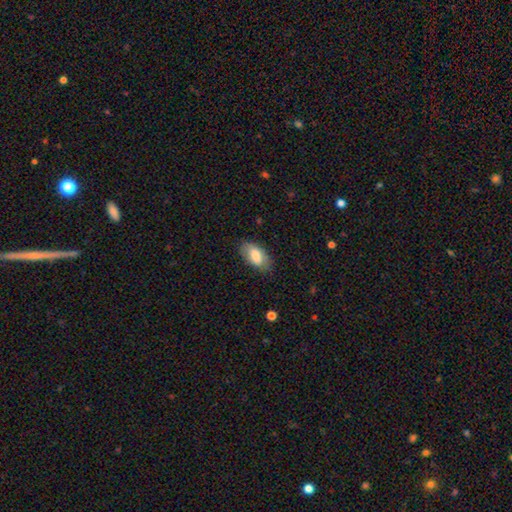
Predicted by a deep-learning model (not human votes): Overall: smooth (80%). How rounded: in between (93%). Merging: none (78%).